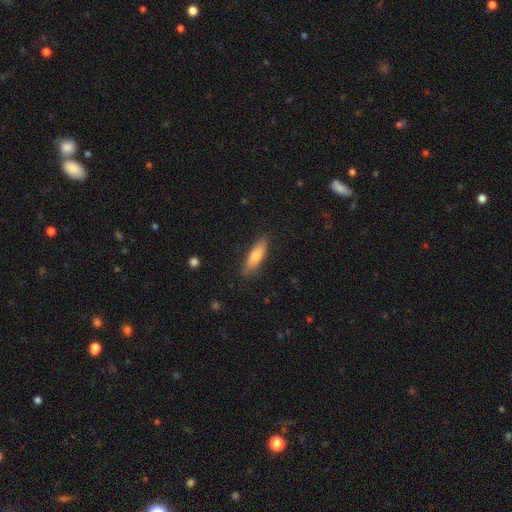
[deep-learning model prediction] Overall: smooth (78%). How rounded: cigar-shaped (55%; in between 43%). Merging: none (85%).